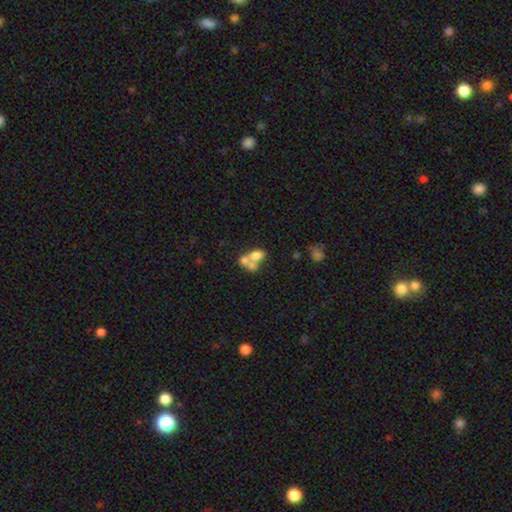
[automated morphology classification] Q: Smooth or featured?
A: smooth (52%); runner-up: featured or disk (26%)
Q: How rounded?
A: round (52%); runner-up: in between (45%)
Q: Merging?
A: merger (55%); runner-up: none (32%)